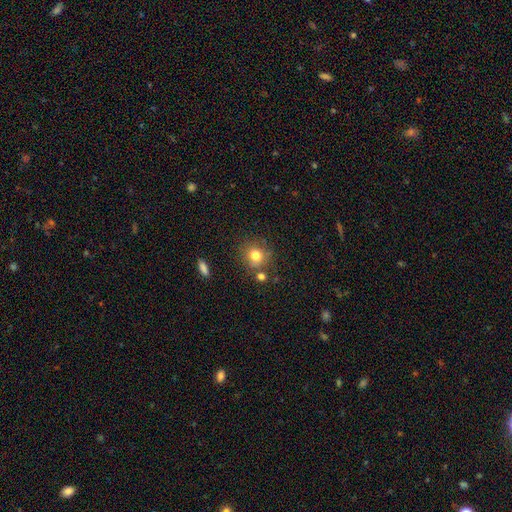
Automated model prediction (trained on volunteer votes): A smooth galaxy with no disk features (79%) that is round (84%). Merging: none (72%).